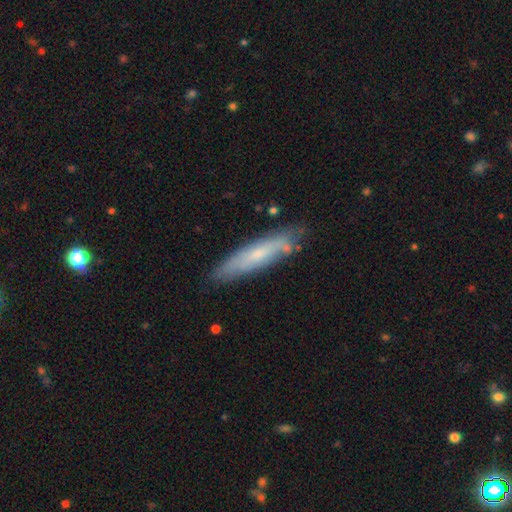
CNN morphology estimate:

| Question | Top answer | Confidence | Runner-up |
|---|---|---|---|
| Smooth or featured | smooth | 56% | featured or disk (38%) |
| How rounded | cigar-shaped | 80% | in between (19%) |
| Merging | none | 75% | minor disturbance (18%) |